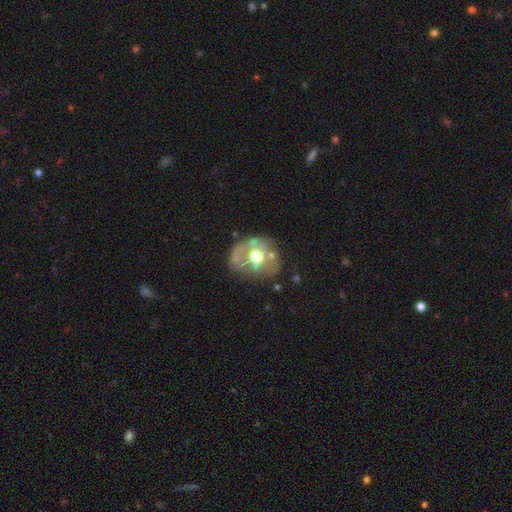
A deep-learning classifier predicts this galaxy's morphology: Smooth or featured? Predicted: featured or disk (p=0.60). Edge-on disk? Predicted: no (p=0.96). Bar? Predicted: no (p=0.74). Spiral arms? Predicted: no (p=0.76). Bulge size? Predicted: moderate (p=0.67). Merging? Predicted: none (p=0.51).